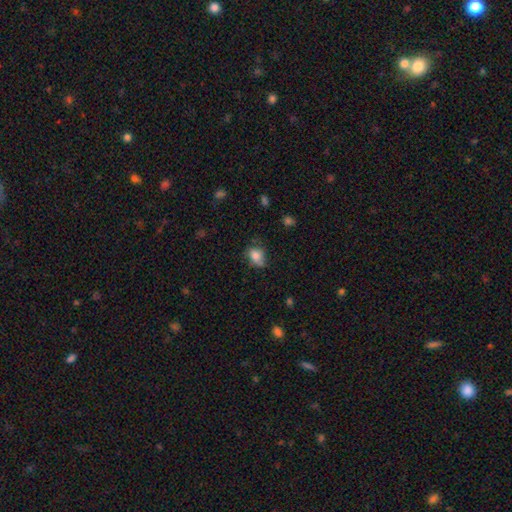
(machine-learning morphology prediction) Smooth or featured: smooth — 77% (featured or disk — 13%)
How rounded: in between — 63% (round — 35%)
Merging: none — 48% (minor disturbance — 33%)